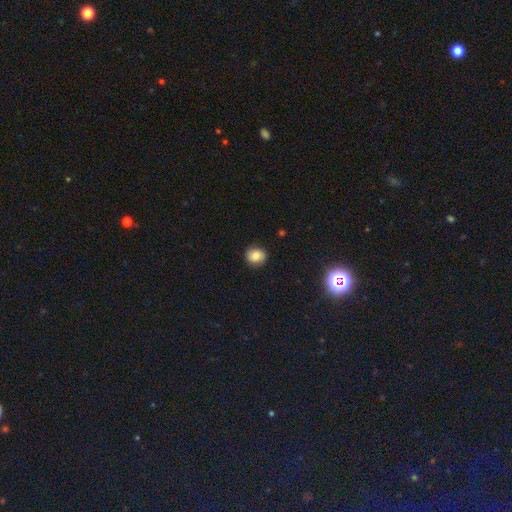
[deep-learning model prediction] Morphology: type=smooth (77%); roundness=round (73%); merging=none (86%).